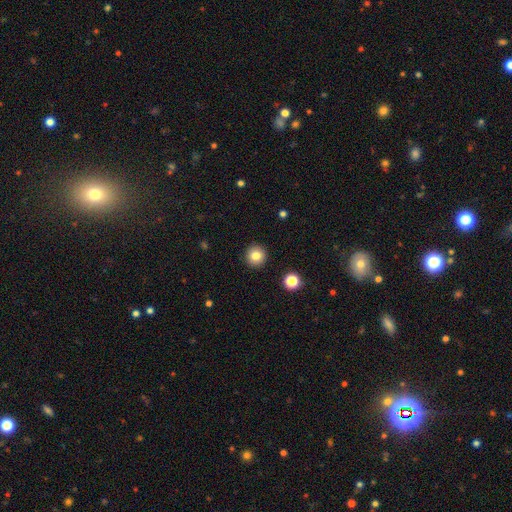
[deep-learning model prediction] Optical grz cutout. It shows a smooth galaxy with no disk features (82%) that is round (95%). Merging: none (92%).